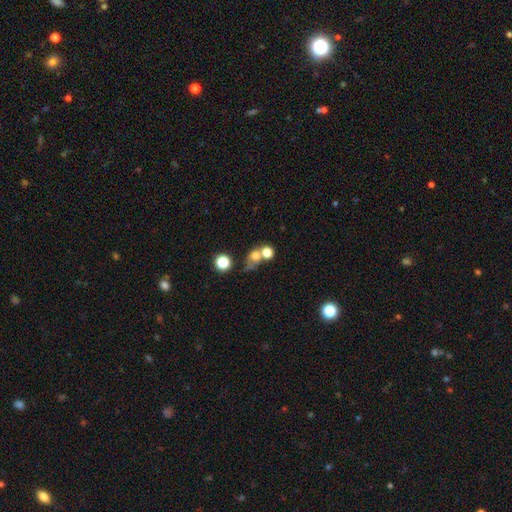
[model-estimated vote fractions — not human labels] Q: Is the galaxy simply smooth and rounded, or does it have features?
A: smooth — 65%.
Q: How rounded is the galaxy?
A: round — 71%.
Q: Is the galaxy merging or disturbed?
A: merger — 47%.